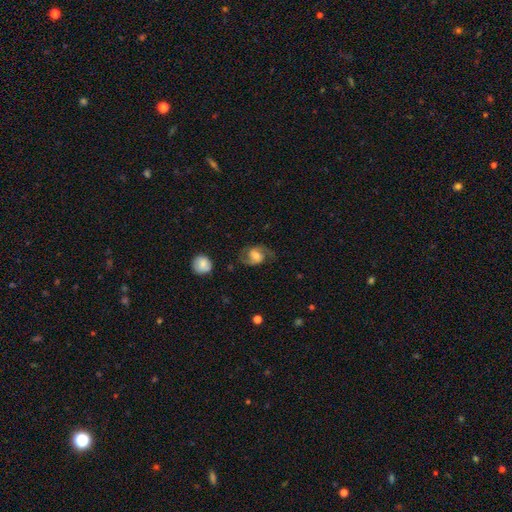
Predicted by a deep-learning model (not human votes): Overall: featured or disk (74%). Edge-on disk: no (97%). Bar: weak (48%; no 34%). Spiral arms: yes (94%). Spiral arm count: 2 (91%). Spiral winding: medium (52%; loose 33%). Bulge size: moderate (46%; small 22%). Merging: none (73%).